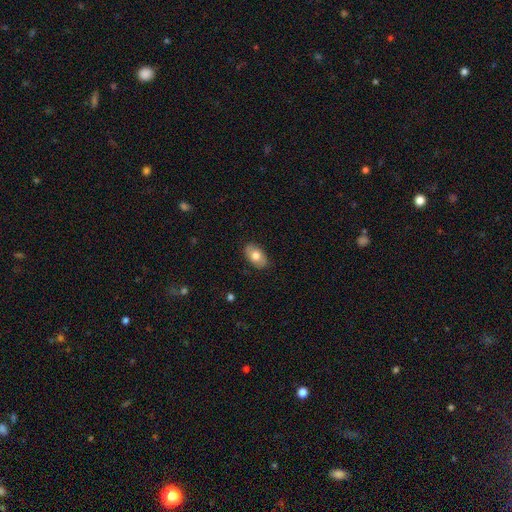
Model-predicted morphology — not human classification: Smooth or featured? smooth (73%)
How rounded? in between (92%)
Merging? none (86%)